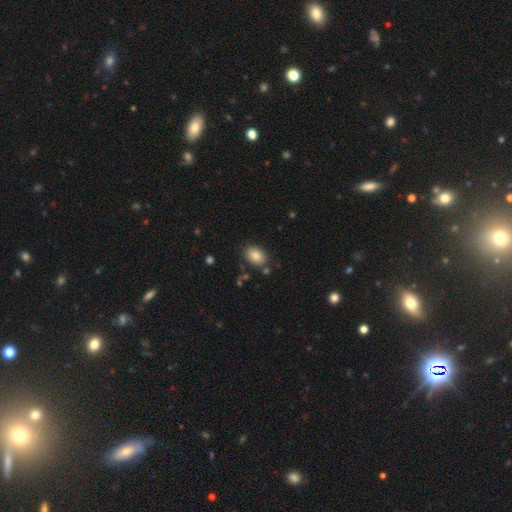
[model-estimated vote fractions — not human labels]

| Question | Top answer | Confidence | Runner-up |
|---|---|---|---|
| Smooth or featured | smooth | 84% | star or artifact (8%) |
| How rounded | in between | 80% | round (19%) |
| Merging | none | 82% | minor disturbance (11%) |